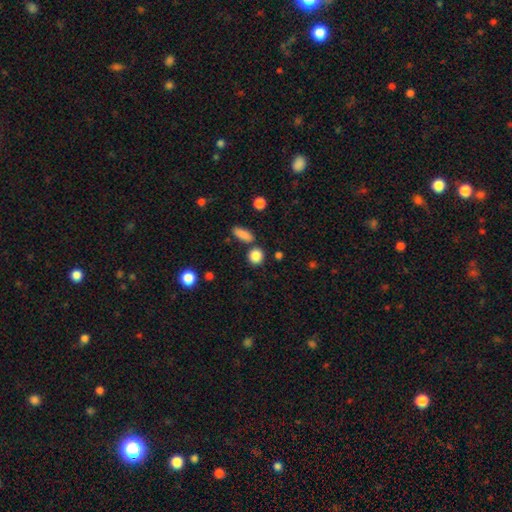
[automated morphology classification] Smooth or featured?
  - smooth: 86% *
  - star or artifact: 9%
  - featured or disk: 5%
How rounded?
  - round: 81% *
  - in between: 17%
  - cigar-shaped: 2%
Merging?
  - none: 76% *
  - merger: 11%
  - minor disturbance: 10%
  - major disturbance: 3%